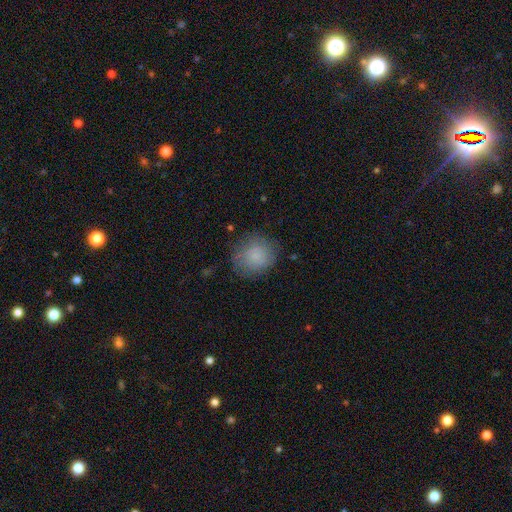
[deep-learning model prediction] smooth 83%, featured or disk 9%, star or artifact 8%. Down the decision tree: how rounded — round (83%); merging — none (75%).